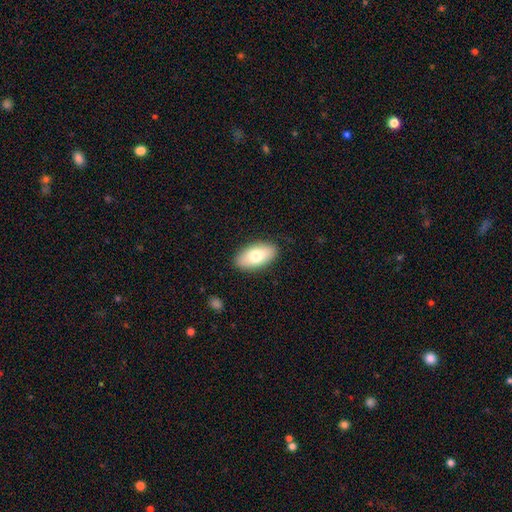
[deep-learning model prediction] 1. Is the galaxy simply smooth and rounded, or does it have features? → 73% smooth, 20% featured or disk, 6% star or artifact.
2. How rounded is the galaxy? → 93% in between, 4% round, 3% cigar-shaped.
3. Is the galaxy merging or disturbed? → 88% none, 9% minor disturbance, 2% major disturbance, 1% merger.